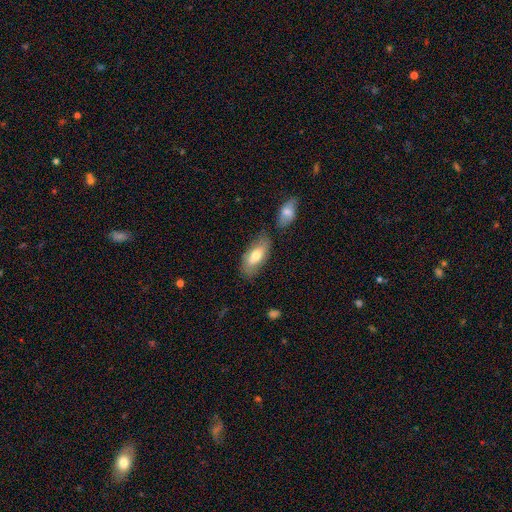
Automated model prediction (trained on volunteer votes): smooth 70%, featured or disk 24%, star or artifact 6%. Down the decision tree: how rounded — in between (86%); merging — none (72%).